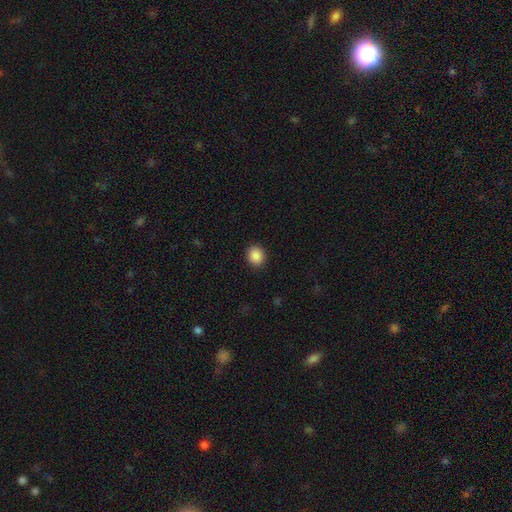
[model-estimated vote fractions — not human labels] Smooth or featured?
  - smooth: 88% *
  - star or artifact: 9%
  - featured or disk: 3%
How rounded?
  - round: 71% *
  - in between: 28%
  - cigar-shaped: 1%
Merging?
  - none: 91% *
  - minor disturbance: 6%
  - major disturbance: 2%
  - merger: 1%